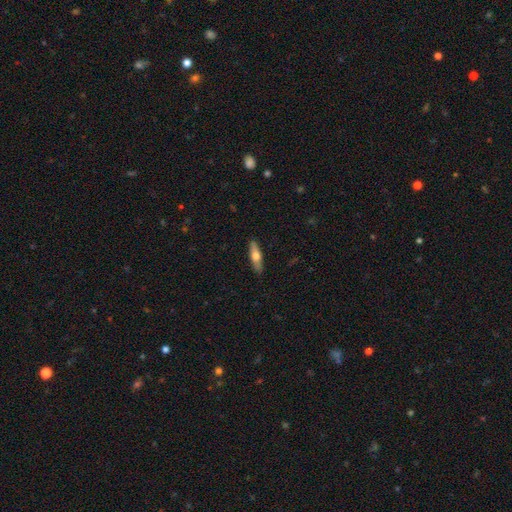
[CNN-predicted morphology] smooth_or_featured: smooth (p=0.51) [alt: featured or disk p=0.43]
how_rounded: cigar-shaped (p=0.68) [alt: in between p=0.30]
merging: none (p=0.88) [alt: minor disturbance p=0.09]